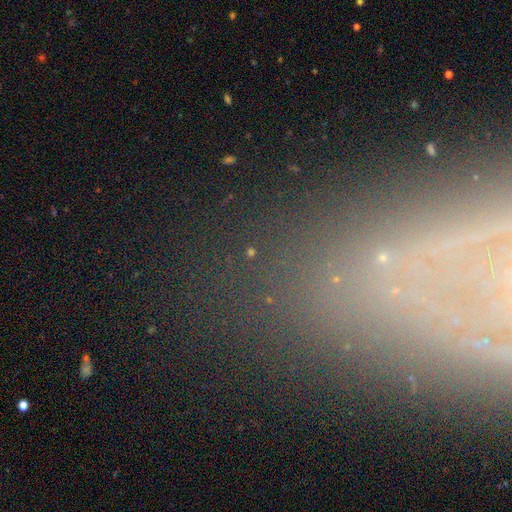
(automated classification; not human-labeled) The model was most divided on "smooth or featured": star or artifact: 45%, featured or disk: 31%, smooth: 24%.